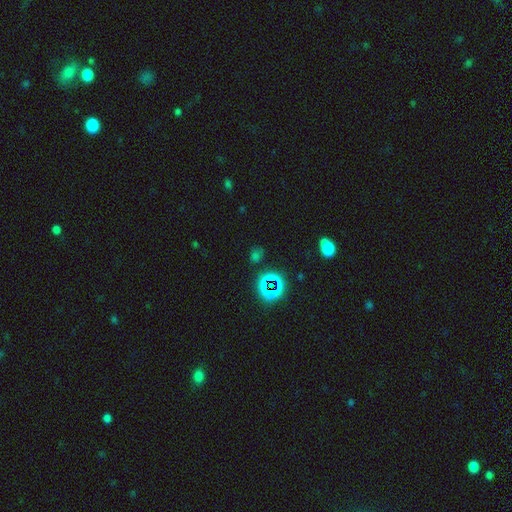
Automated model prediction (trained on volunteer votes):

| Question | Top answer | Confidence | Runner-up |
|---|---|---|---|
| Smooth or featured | star or artifact | 57% | smooth (35%) |